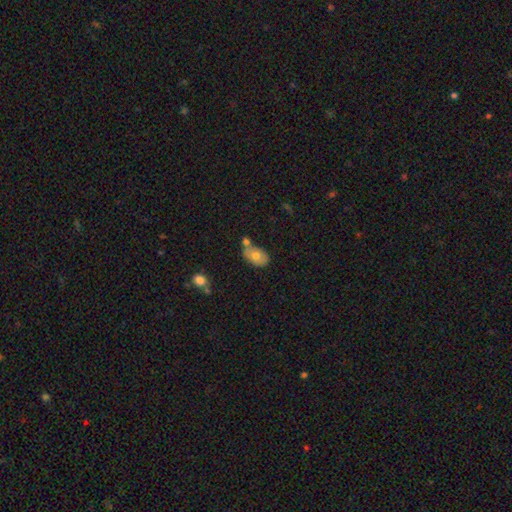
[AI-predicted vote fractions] smooth 69%, featured or disk 23%, star or artifact 8%. Down the decision tree: how rounded — in between (86%); merging — none (47%).